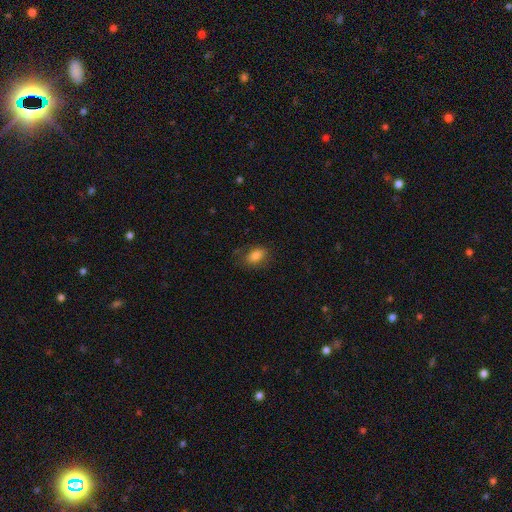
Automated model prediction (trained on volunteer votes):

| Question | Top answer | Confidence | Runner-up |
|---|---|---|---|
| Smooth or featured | smooth | 83% | star or artifact (9%) |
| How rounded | in between | 86% | round (12%) |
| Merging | none | 77% | minor disturbance (17%) |